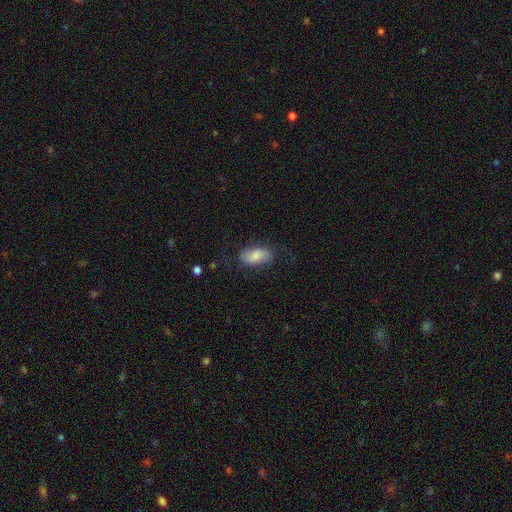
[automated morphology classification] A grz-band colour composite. It shows a smooth galaxy with no disk features (69%) that is in between round and cigar-shaped (92%). Merging: none (63%).